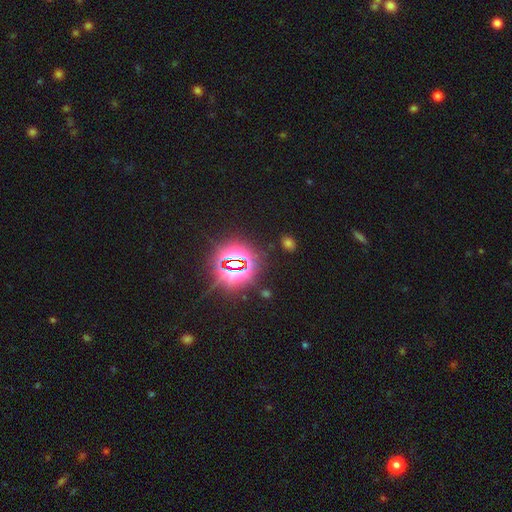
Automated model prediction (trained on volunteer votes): smooth-or-featured: star or artifact: 80% | smooth: 12% | featured or disk: 7%